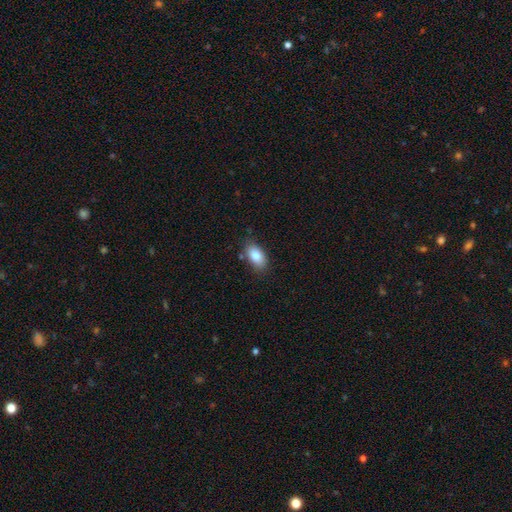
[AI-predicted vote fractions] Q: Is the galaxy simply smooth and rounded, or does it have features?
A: smooth — 82%.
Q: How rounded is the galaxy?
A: in between — 90%.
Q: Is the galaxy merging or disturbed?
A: none — 80%.